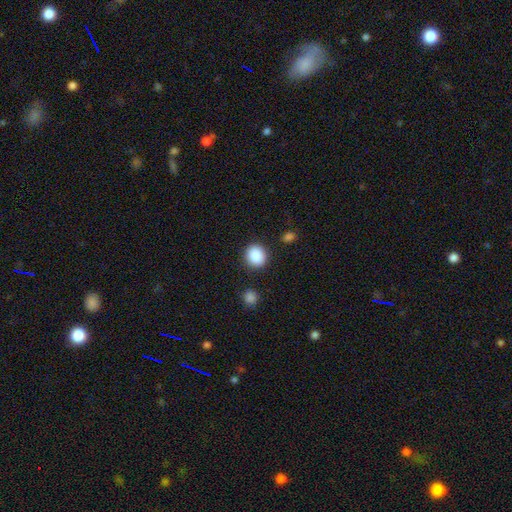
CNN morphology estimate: Smooth or featured: smooth — 89% (star or artifact — 8%)
How rounded: round — 76% (in between — 23%)
Merging: none — 87% (minor disturbance — 8%)